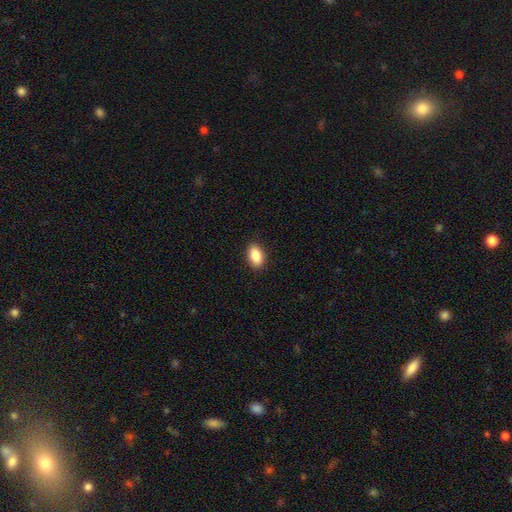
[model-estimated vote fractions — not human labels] Smooth or featured? Predicted: smooth (p=0.87). How rounded? Predicted: in between (p=0.90). Merging? Predicted: none (p=0.90).